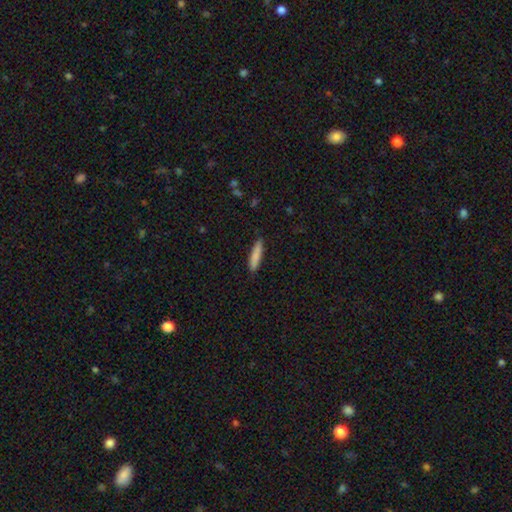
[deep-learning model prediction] Overall: smooth (85%). How rounded: cigar-shaped (85%). Merging: none (88%).